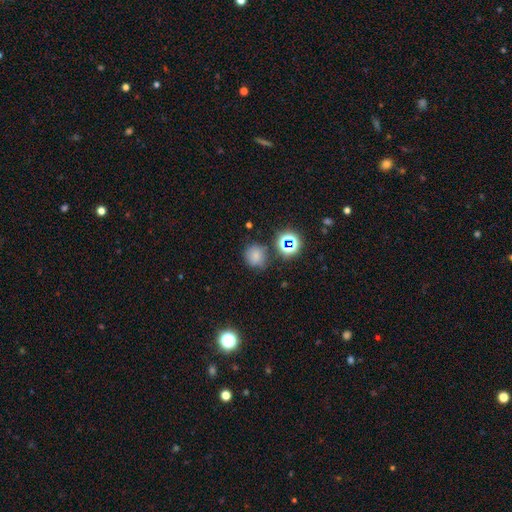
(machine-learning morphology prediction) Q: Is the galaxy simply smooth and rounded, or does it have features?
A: smooth — 69%.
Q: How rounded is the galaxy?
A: round — 83%.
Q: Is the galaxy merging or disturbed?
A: none — 72%.